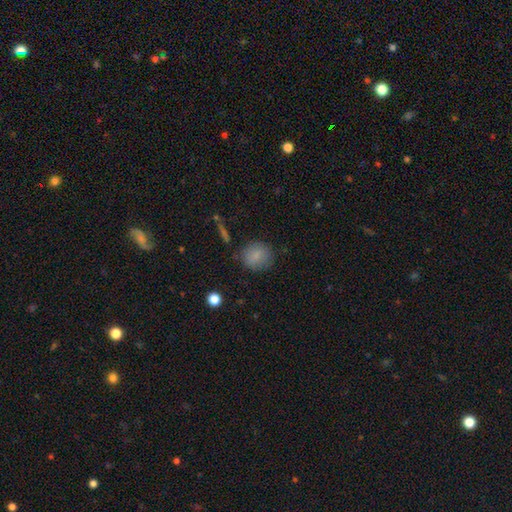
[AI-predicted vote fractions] Overall: smooth (84%). How rounded: round (80%). Merging: none (81%).